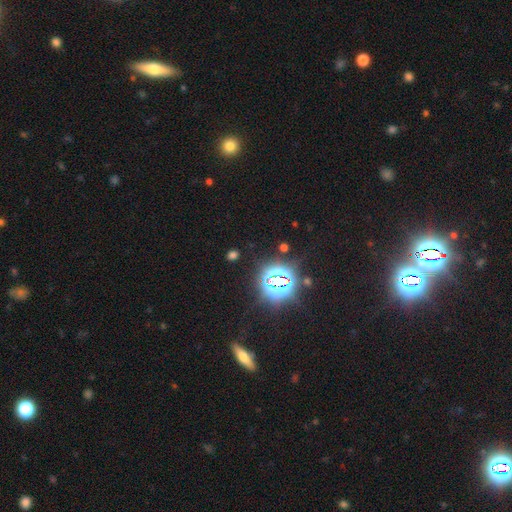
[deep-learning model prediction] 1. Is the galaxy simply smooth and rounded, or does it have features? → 77% star or artifact, 15% smooth, 8% featured or disk.